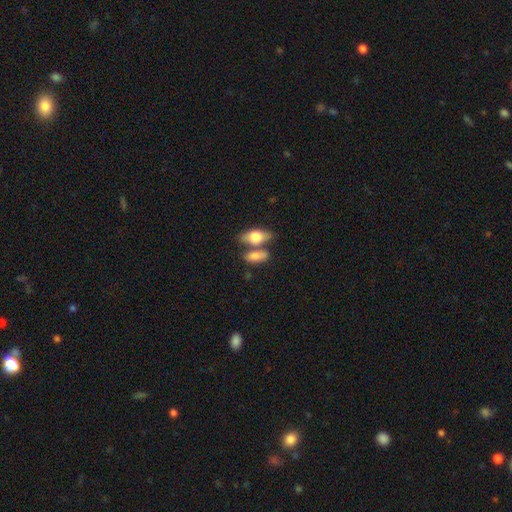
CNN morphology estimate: Overall: smooth (78%). How rounded: in between (81%). Merging: none (43%; merger 41%).